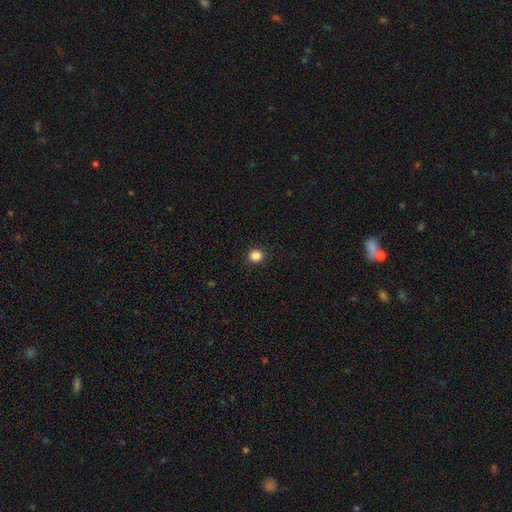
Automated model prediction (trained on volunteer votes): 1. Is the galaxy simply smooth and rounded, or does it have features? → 86% smooth, 11% star or artifact, 3% featured or disk.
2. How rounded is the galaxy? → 81% round, 18% in between, 1% cigar-shaped.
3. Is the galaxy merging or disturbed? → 91% none, 6% minor disturbance, 2% major disturbance, 1% merger.